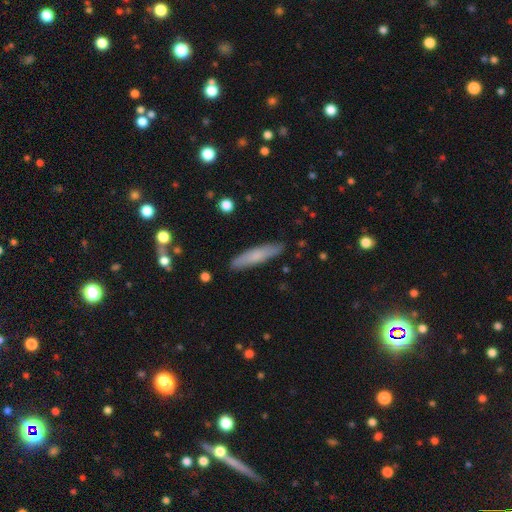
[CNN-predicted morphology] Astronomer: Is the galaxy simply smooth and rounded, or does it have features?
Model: smooth — 70%.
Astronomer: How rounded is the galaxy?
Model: cigar-shaped — 85%.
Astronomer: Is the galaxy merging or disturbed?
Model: none — 88%.